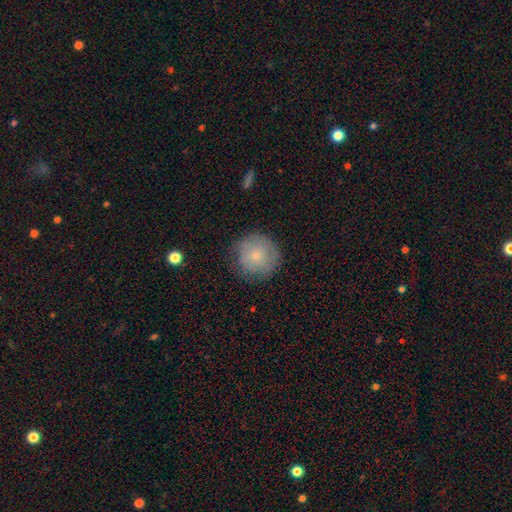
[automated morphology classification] This appears to be a smooth galaxy with no disk features (71%) that is round (94%). Merging: none (77%).